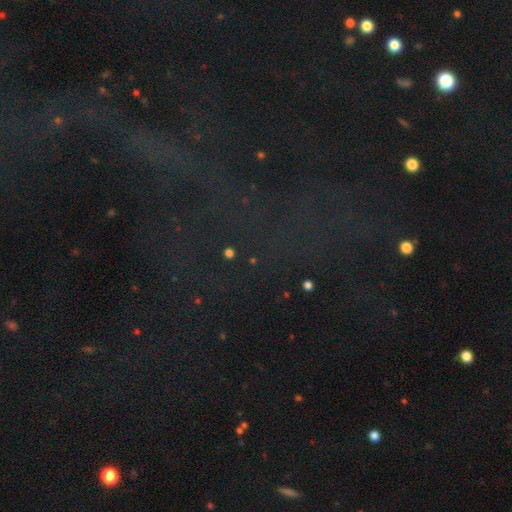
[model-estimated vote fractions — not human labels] Q: Smooth or featured?
A: star or artifact (74%); runner-up: featured or disk (13%)